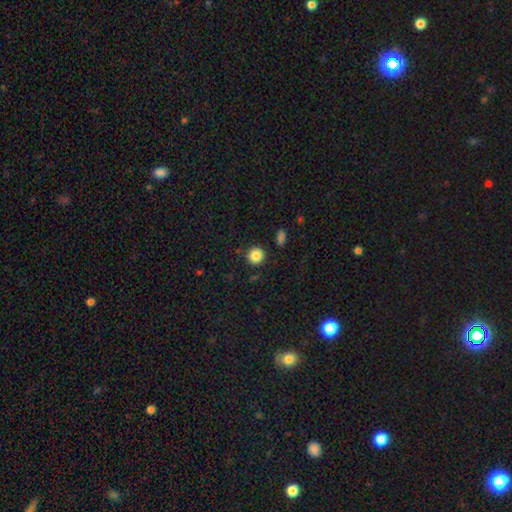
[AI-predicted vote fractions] Smooth or featured? Predicted: smooth (p=0.86). How rounded? Predicted: round (p=0.93). Merging? Predicted: none (p=0.89).